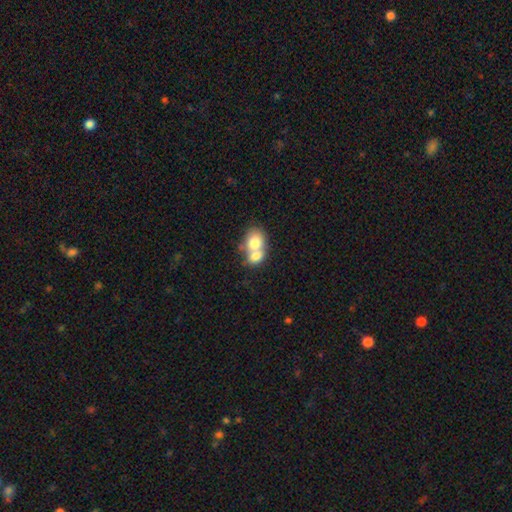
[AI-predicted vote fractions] Smooth or featured: smooth — 71% (featured or disk — 21%)
How rounded: in between — 55% (round — 43%)
Merging: merger — 72% (none — 19%)